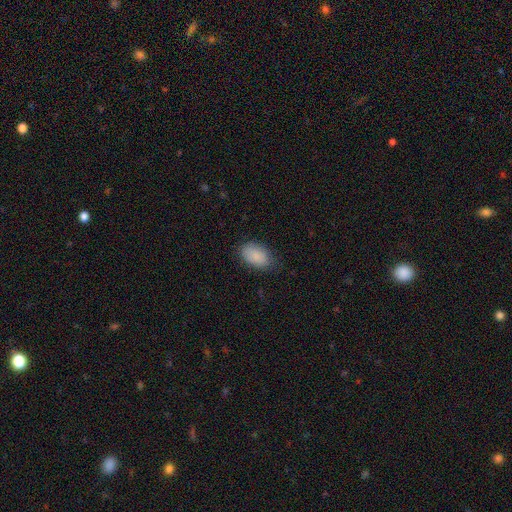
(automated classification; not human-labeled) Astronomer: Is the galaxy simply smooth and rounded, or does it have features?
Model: smooth — 87%.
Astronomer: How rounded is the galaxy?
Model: in between — 91%.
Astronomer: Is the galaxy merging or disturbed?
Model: none — 74%.